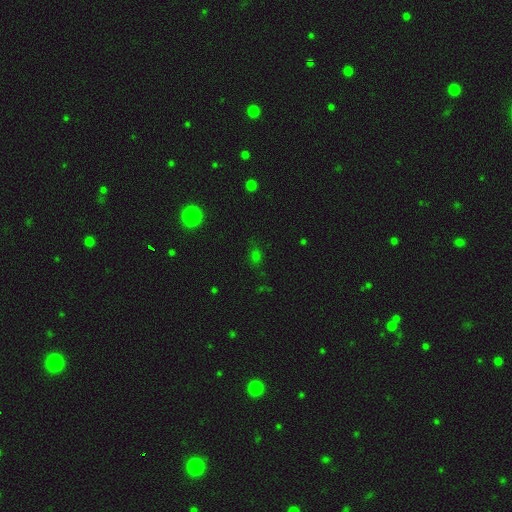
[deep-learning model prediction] Q: Smooth or featured?
A: smooth (62%); runner-up: star or artifact (31%)
Q: How rounded?
A: in between (67%); runner-up: round (29%)
Q: Merging?
A: none (72%); runner-up: minor disturbance (17%)